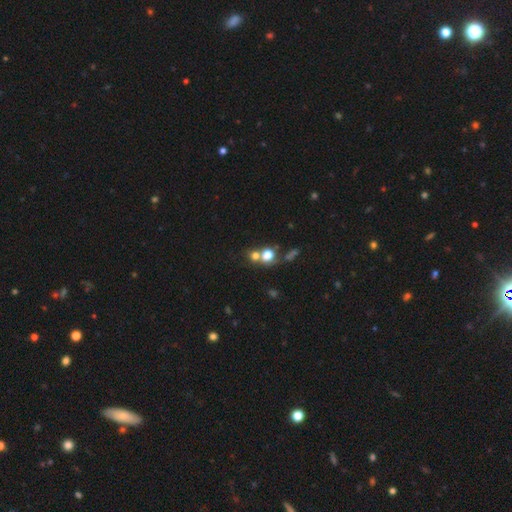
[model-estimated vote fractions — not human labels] smooth-or-featured: smooth: 67% | star or artifact: 21% | featured or disk: 12%
  how-rounded: round: 83% | in between: 16% | cigar-shaped: 1%
  merging: none: 46% | merger: 41% | minor disturbance: 8% | major disturbance: 5%